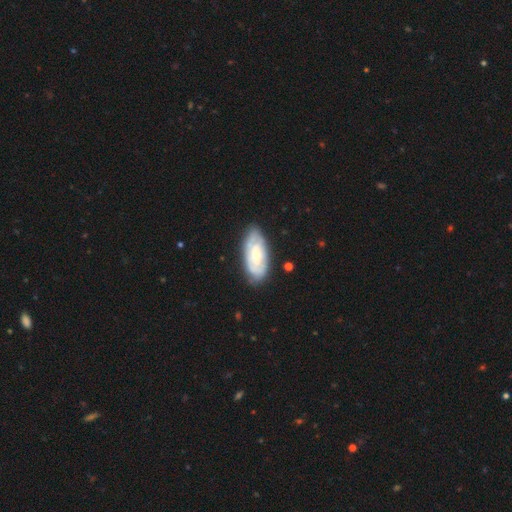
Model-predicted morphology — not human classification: Overall: featured or disk (59%; smooth 35%). Edge-on disk: no (91%). Bar: no (68%). Spiral arms: yes (76%). Bulge size: small (45%; moderate 40%). Merging: none (76%).